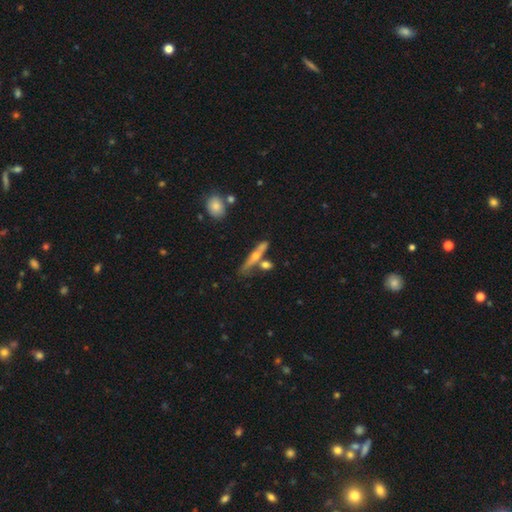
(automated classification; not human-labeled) smooth-or-featured: featured or disk: 55% | smooth: 38% | star or artifact: 7%
  disk-edge-on: yes: 90% | no: 10%
  merging: none: 62% | merger: 19% | minor disturbance: 15% | major disturbance: 5%